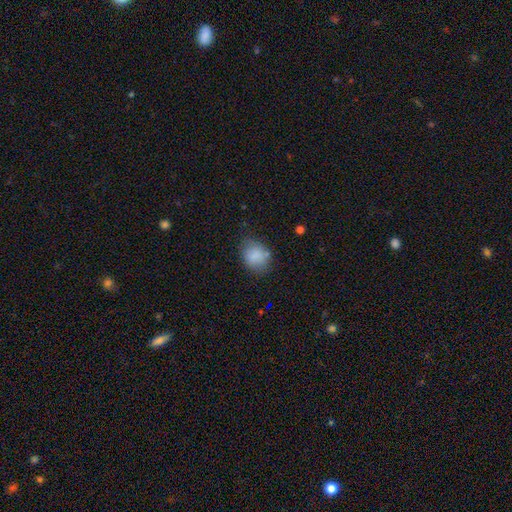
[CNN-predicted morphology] Smooth or featured? smooth (84%)
How rounded? round (55%)
Merging? none (67%)